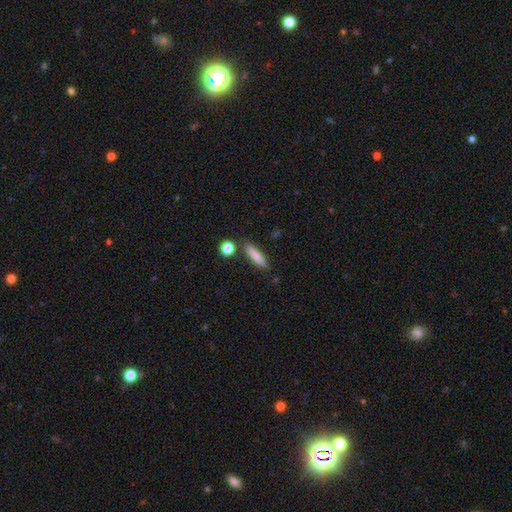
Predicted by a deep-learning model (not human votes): smooth_or_featured: smooth (p=0.81) [alt: featured or disk p=0.12]
how_rounded: cigar-shaped (p=0.79) [alt: in between p=0.19]
merging: none (p=0.82) [alt: minor disturbance p=0.10]